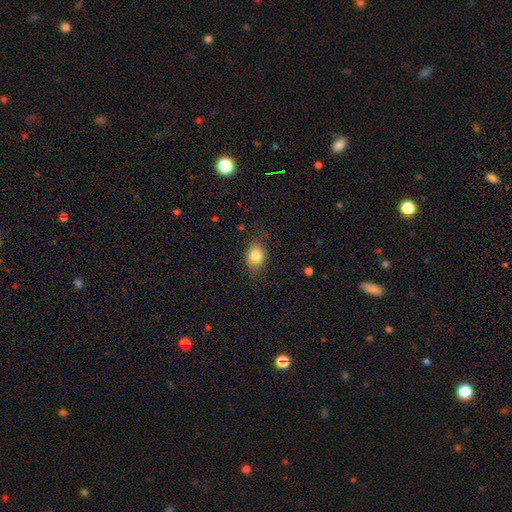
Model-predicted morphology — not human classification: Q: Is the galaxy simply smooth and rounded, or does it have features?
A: smooth — 79%.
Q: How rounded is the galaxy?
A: in between — 51%.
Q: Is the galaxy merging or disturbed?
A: none — 70%.